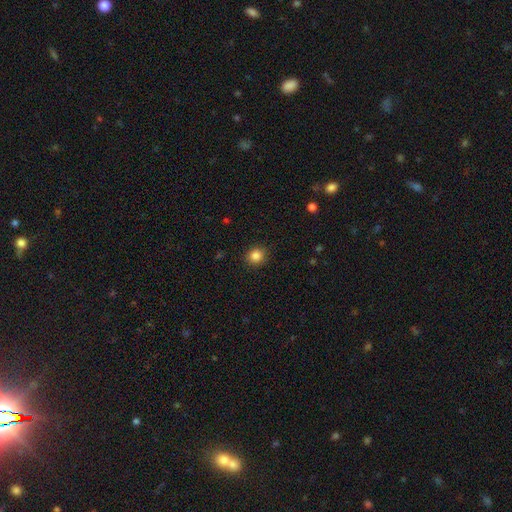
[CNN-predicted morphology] Overall: smooth (85%). How rounded: round (85%). Merging: none (90%).